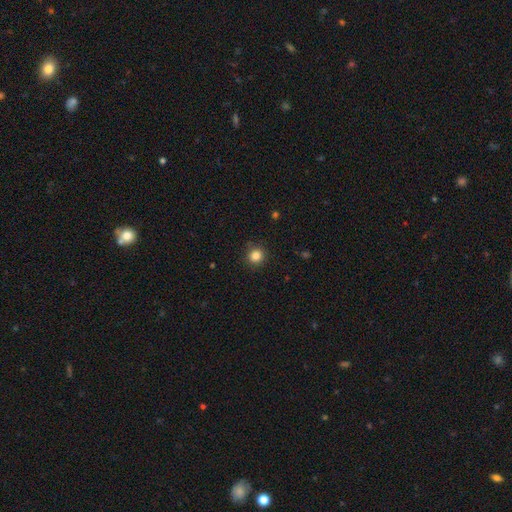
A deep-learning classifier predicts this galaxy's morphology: A smooth galaxy with no disk features (85%) that is round (91%).

Vote fractions:
- Smooth or featured? smooth: 85% / star or artifact: 11% / featured or disk: 4%
- How rounded? round: 91% / in between: 8% / cigar-shaped: 1%
- Merging? none: 89% / minor disturbance: 8% / major disturbance: 2% / merger: 1%